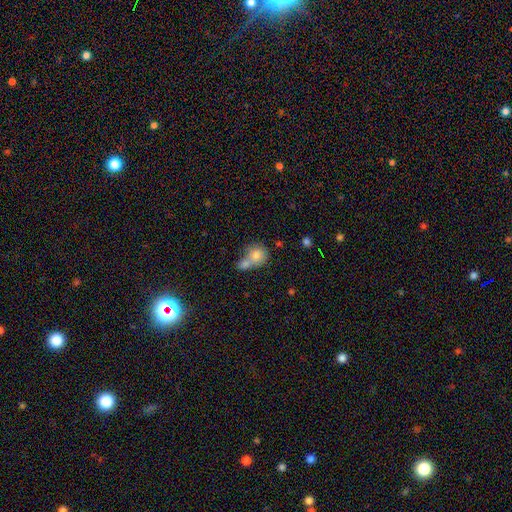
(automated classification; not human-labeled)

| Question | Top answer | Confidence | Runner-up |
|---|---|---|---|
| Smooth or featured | smooth | 72% | star or artifact (14%) |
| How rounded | round | 79% | in between (19%) |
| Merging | merger | 50% | none (37%) |